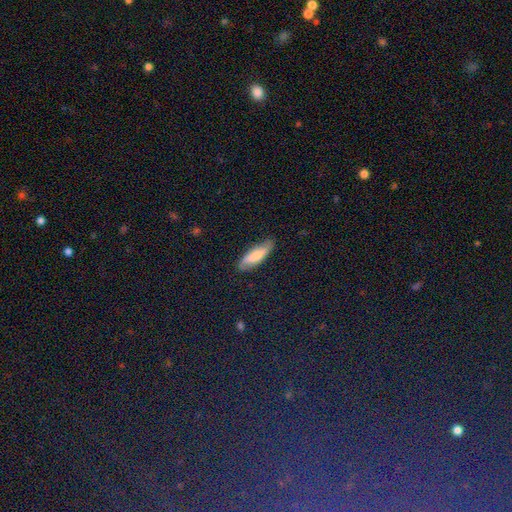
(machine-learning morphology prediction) A smooth galaxy with no disk features (72%) that is cigar-shaped (55%).

Vote fractions:
- Smooth or featured? smooth: 72% / featured or disk: 22% / star or artifact: 6%
- How rounded? cigar-shaped: 55% / in between: 44% / round: 2%
- Merging? none: 79% / minor disturbance: 16% / major disturbance: 3% / merger: 1%